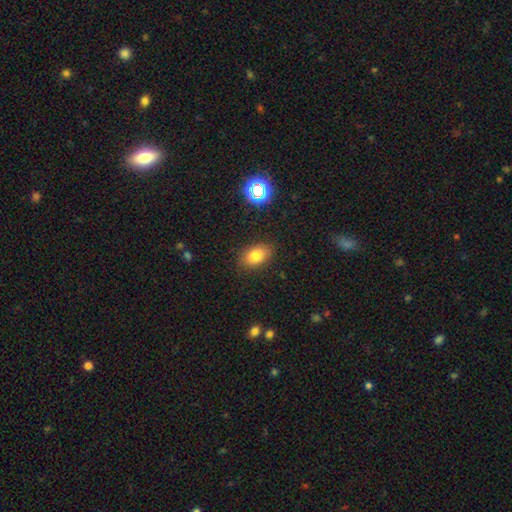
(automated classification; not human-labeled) smooth_or_featured: smooth (p=0.80) [alt: star or artifact p=0.12]
how_rounded: in between (p=0.83) [alt: round p=0.15]
merging: none (p=0.84) [alt: minor disturbance p=0.12]